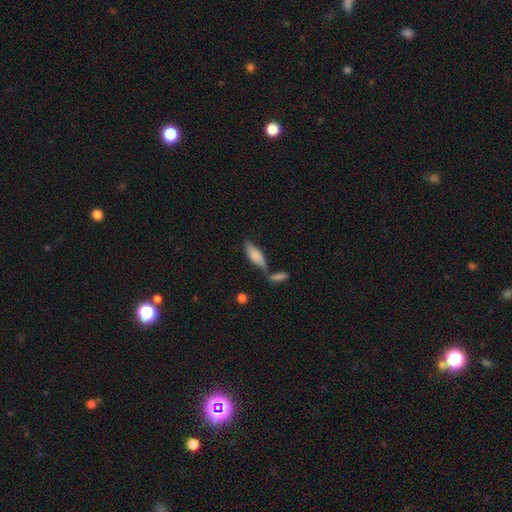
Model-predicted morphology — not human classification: The model was most divided on "merging": none: 43%, merger: 32%, minor disturbance: 17%, major disturbance: 7%. More confident: smooth or featured — smooth (76%); how rounded — in between (68%).